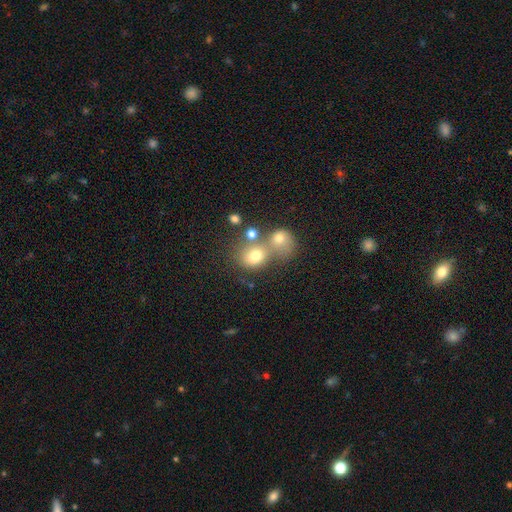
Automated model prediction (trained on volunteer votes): Q: Smooth or featured?
A: smooth (69%); runner-up: featured or disk (16%)
Q: How rounded?
A: round (69%); runner-up: in between (30%)
Q: Merging?
A: merger (54%); runner-up: none (30%)